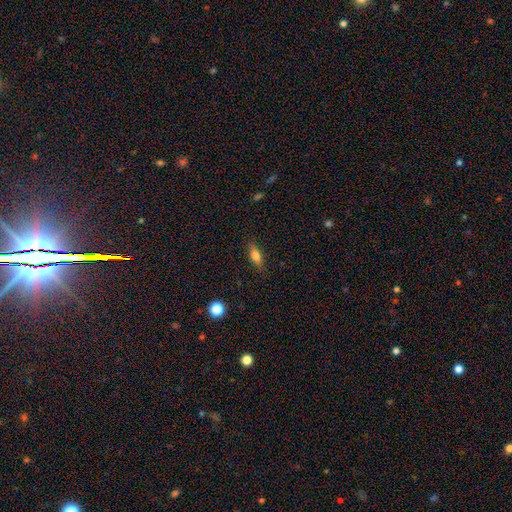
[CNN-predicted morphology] Smooth or featured? Predicted: smooth (p=0.76). How rounded? Predicted: in between (p=0.72). Merging? Predicted: none (p=0.82).